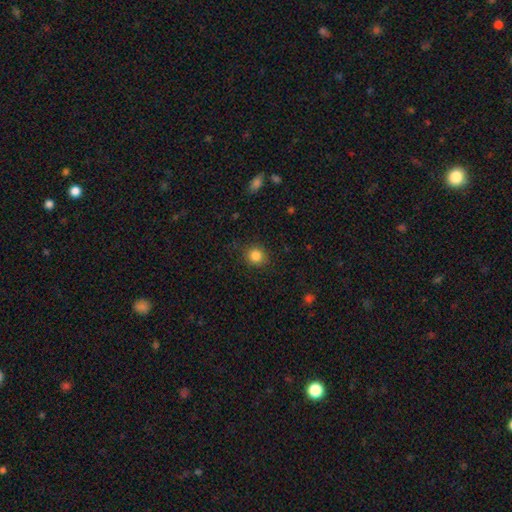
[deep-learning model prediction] A smooth galaxy with no disk features (85%) that is round (87%). Merging: none (86%).